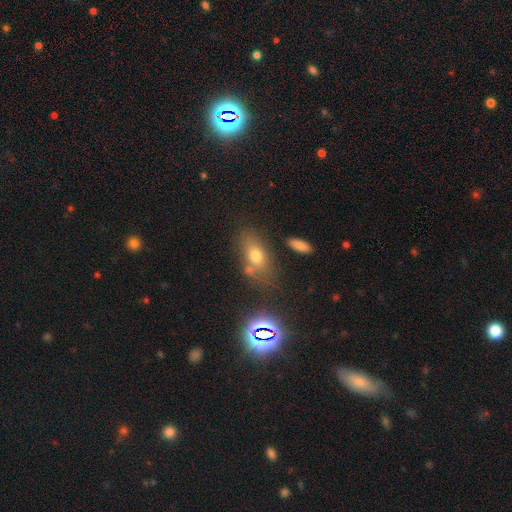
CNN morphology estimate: This appears to be a smooth galaxy with no disk features (65%) that is in between round and cigar-shaped (78%). Merging: none (63%).